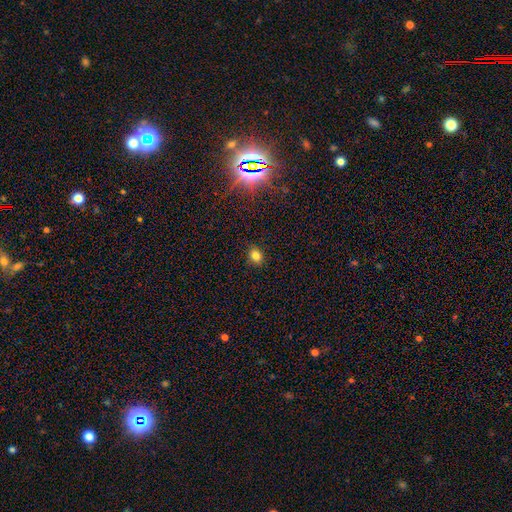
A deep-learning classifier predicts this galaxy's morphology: smooth-or-featured: smooth: 81% | star or artifact: 14% | featured or disk: 6%
  how-rounded: round: 53% | in between: 46% | cigar-shaped: 1%
  merging: none: 88% | minor disturbance: 9% | major disturbance: 2% | merger: 1%